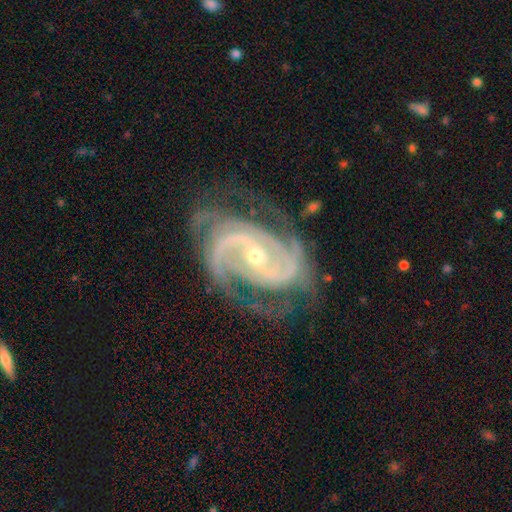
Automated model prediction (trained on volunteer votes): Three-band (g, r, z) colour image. It shows a featured or disk galaxy (92%) with a weak bar (36%), 2 (49%) medium (47%) spiral arms (98%) and a small central bulge (65%). Merging: none (65%).